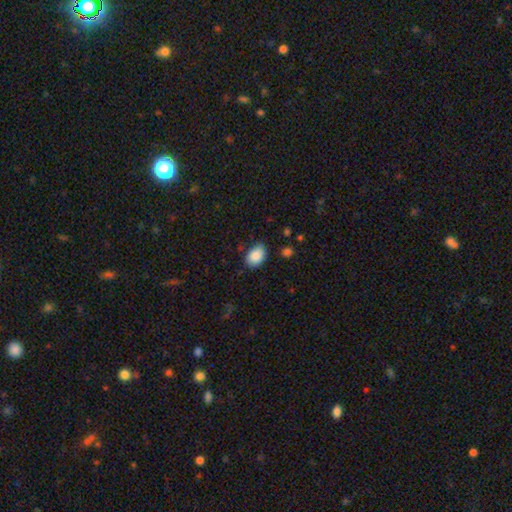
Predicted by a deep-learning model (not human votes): This appears to be a smooth galaxy with no disk features (88%) that is in between round and cigar-shaped (81%). Merging: none (76%).